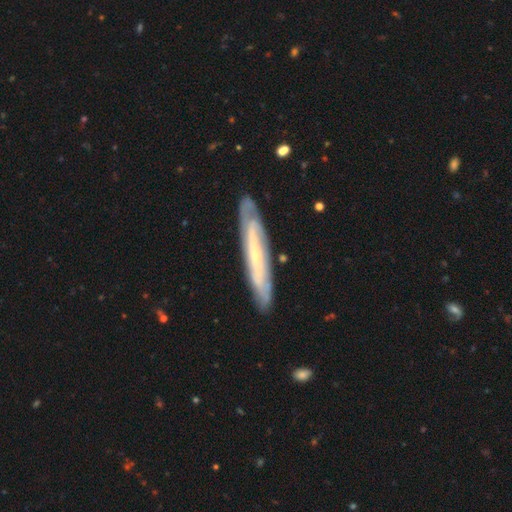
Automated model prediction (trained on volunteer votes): Smooth or featured?
  - featured or disk: 71% *
  - smooth: 23%
  - star or artifact: 6%
Edge-on disk?
  - yes: 58% *
  - no: 42%
Merging?
  - none: 84% *
  - minor disturbance: 12%
  - major disturbance: 3%
  - merger: 1%